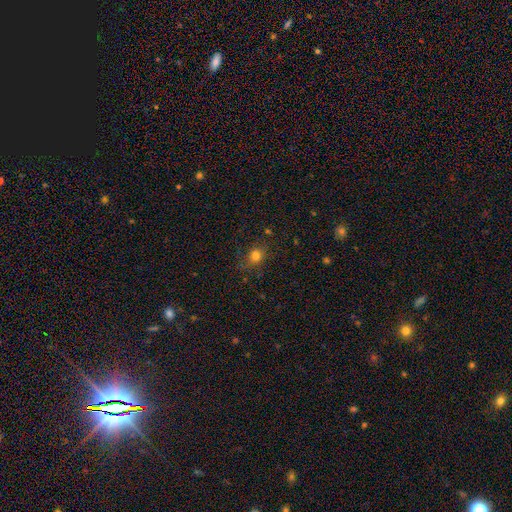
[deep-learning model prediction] Overall: smooth (74%). How rounded: round (56%; in between 43%). Merging: none (69%).